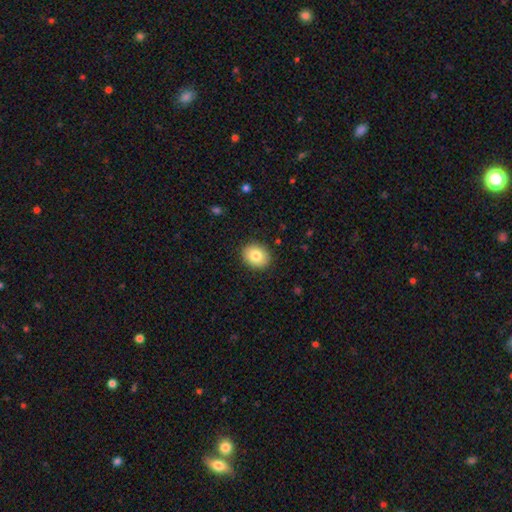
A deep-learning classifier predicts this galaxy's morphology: This is clearly a smooth galaxy (83%). How rounded: possibly round (52%). Merging: clearly none (89%).